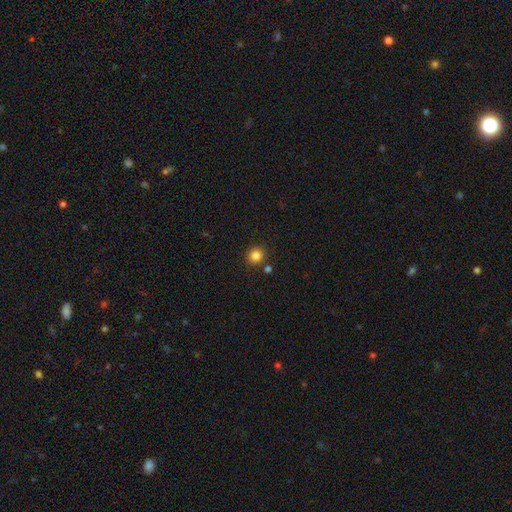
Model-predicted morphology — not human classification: Overall: smooth (84%). How rounded: round (85%). Merging: none (85%).